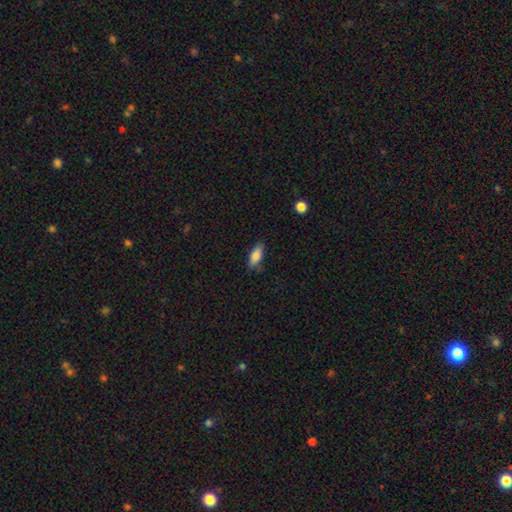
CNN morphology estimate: Smooth or featured?
  - smooth: 82% *
  - featured or disk: 11%
  - star or artifact: 7%
How rounded?
  - in between: 74% *
  - cigar-shaped: 23%
  - round: 2%
Merging?
  - none: 78% *
  - minor disturbance: 17%
  - major disturbance: 3%
  - merger: 2%